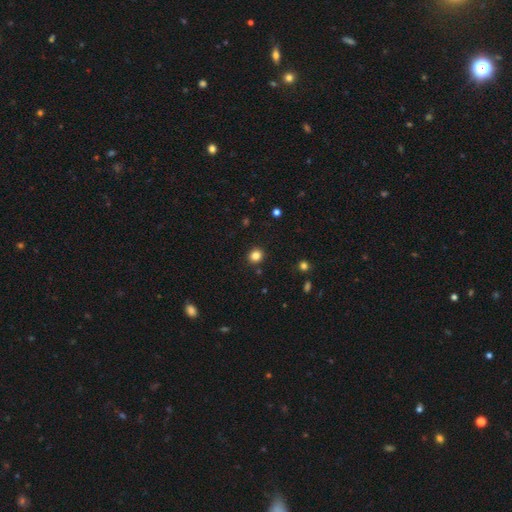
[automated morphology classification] Smooth or featured? smooth (83%)
How rounded? round (85%)
Merging? none (90%)